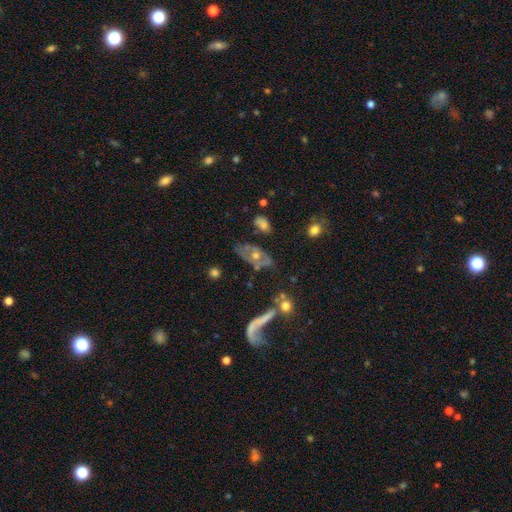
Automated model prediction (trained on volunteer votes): Q: Smooth or featured?
A: featured or disk (60%); runner-up: smooth (28%)
Q: Edge-on disk?
A: no (86%); runner-up: yes (14%)
Q: Bar?
A: no (81%); runner-up: weak (14%)
Q: Spiral arms?
A: no (58%); runner-up: yes (42%)
Q: Bulge size?
A: moderate (53%); runner-up: small (36%)
Q: Merging?
A: none (42%); runner-up: major disturbance (25%)